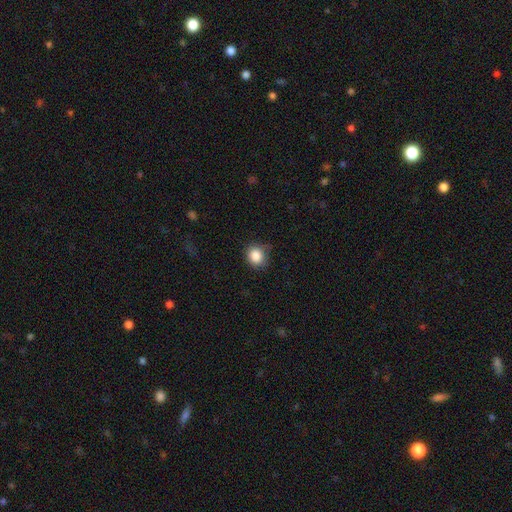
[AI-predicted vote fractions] Morphology: type=smooth (86%); roundness=round (83%); merging=none (75%).